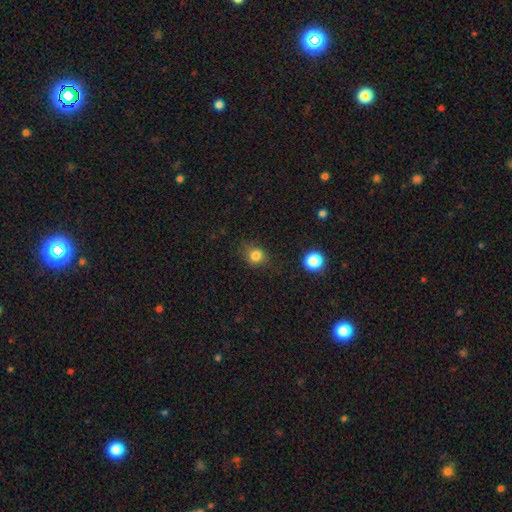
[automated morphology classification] smooth-or-featured: smooth: 81% | star or artifact: 13% | featured or disk: 6%
  how-rounded: round: 80% | in between: 19% | cigar-shaped: 1%
  merging: none: 73% | minor disturbance: 19% | major disturbance: 6% | merger: 2%